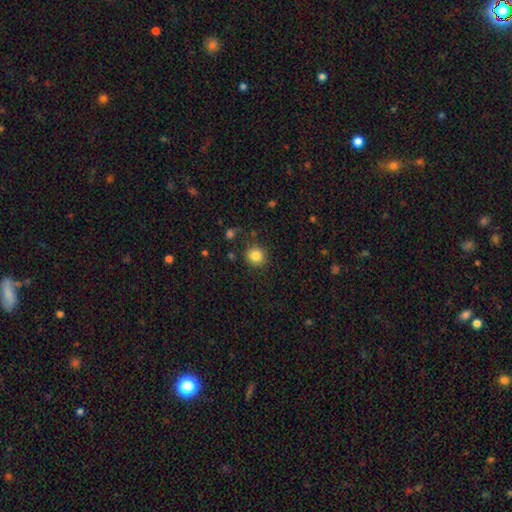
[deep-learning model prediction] Overall: smooth (83%). How rounded: round (88%). Merging: none (84%).